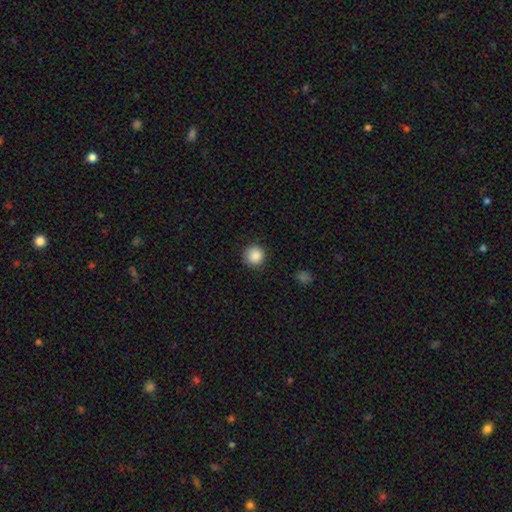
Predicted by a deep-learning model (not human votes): Q: Smooth or featured?
A: smooth (88%); runner-up: star or artifact (9%)
Q: How rounded?
A: round (93%); runner-up: in between (6%)
Q: Merging?
A: none (89%); runner-up: minor disturbance (8%)